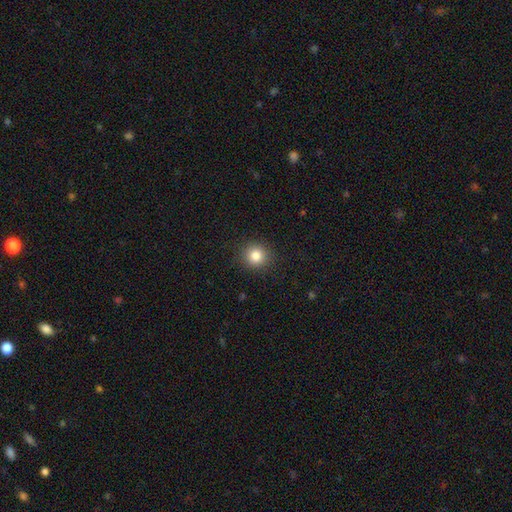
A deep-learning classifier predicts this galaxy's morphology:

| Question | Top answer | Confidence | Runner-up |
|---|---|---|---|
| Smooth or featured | smooth | 83% | star or artifact (11%) |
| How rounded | round | 91% | in between (8%) |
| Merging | none | 91% | minor disturbance (6%) |